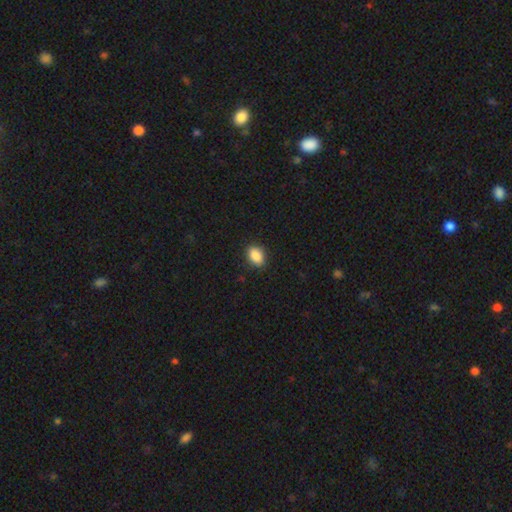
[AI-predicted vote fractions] Smooth or featured? Predicted: smooth (p=0.87). How rounded? Predicted: in between (p=0.83). Merging? Predicted: none (p=0.87).